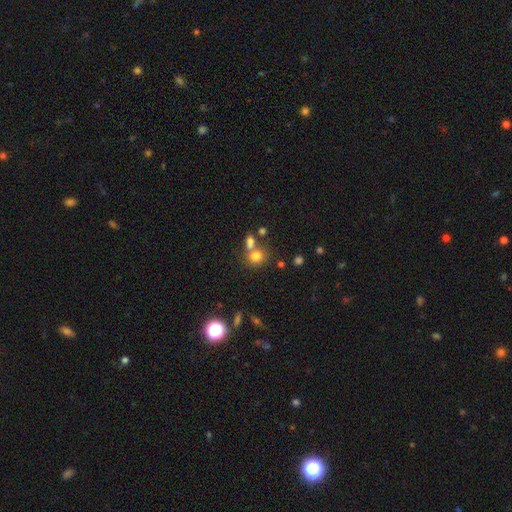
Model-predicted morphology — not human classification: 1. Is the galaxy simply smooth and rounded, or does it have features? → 76% smooth, 15% star or artifact, 10% featured or disk.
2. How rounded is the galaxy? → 69% round, 30% in between, 1% cigar-shaped.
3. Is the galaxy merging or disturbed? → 50% none, 35% merger, 10% minor disturbance, 5% major disturbance.